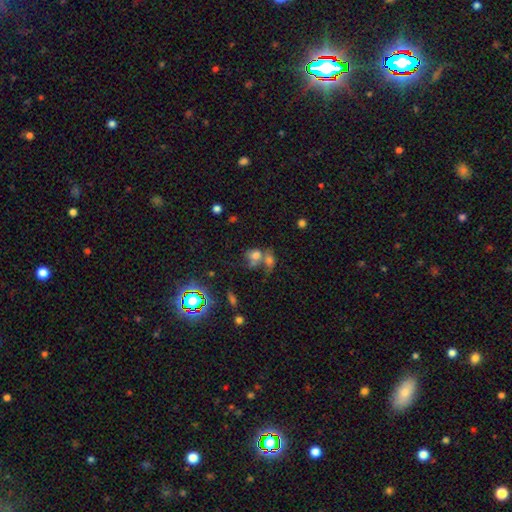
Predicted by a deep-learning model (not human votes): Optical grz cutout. It shows a smooth galaxy with no disk features (62%) that is round (51%). Merging: merger (55%).